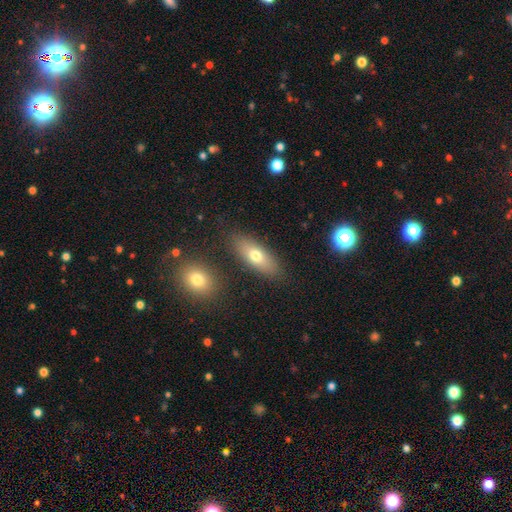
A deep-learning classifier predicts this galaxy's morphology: Smooth or featured? Predicted: smooth (p=0.68). How rounded? Predicted: in between (p=0.76). Merging? Predicted: none (p=0.83).